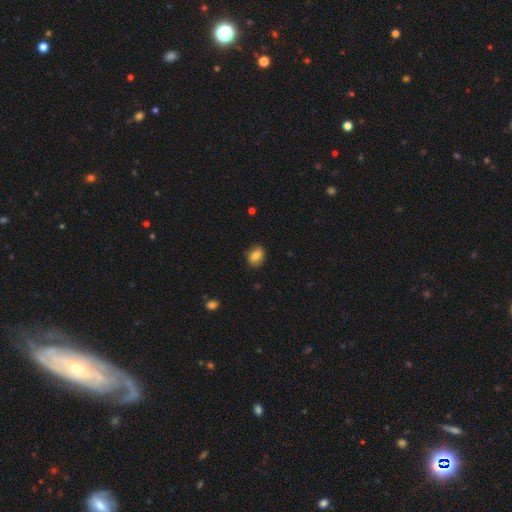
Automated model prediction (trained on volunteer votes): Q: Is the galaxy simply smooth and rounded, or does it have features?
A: smooth — 82%.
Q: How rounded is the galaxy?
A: in between — 70%.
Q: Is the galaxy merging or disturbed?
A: none — 85%.